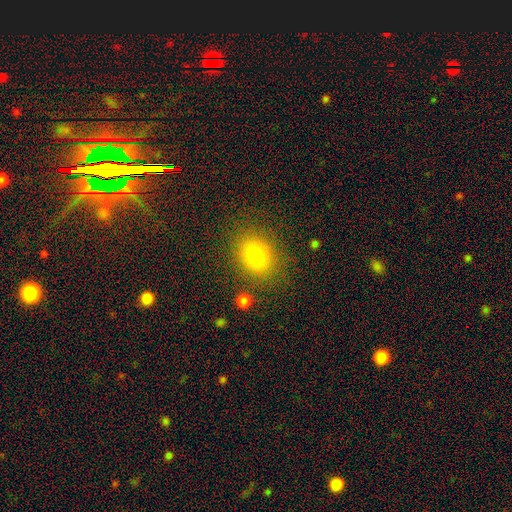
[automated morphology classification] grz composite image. It shows a smooth galaxy with no disk features (79%) that is round (51%). Merging: none (83%).